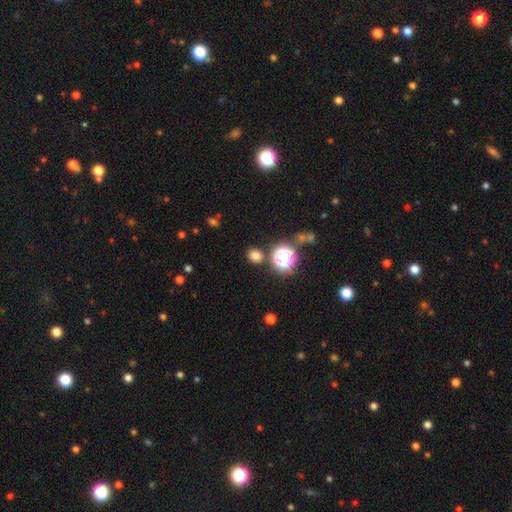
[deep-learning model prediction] A smooth galaxy with no disk features (74%) that is round (73%).

Vote fractions:
- Smooth or featured? smooth: 74% / star or artifact: 20% / featured or disk: 5%
- How rounded? round: 73% / in between: 26% / cigar-shaped: 1%
- Merging? none: 83% / minor disturbance: 8% / merger: 5% / major disturbance: 3%